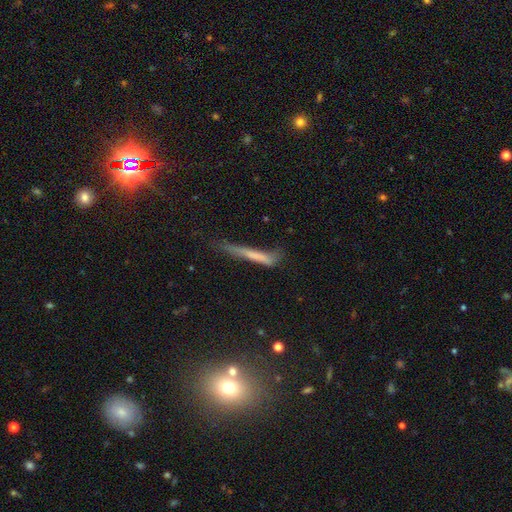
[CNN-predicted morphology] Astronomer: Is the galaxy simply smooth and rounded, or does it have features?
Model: smooth — 64%.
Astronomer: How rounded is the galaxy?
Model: cigar-shaped — 95%.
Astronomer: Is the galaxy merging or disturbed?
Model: none — 48% (runner-up: minor disturbance, 31%).